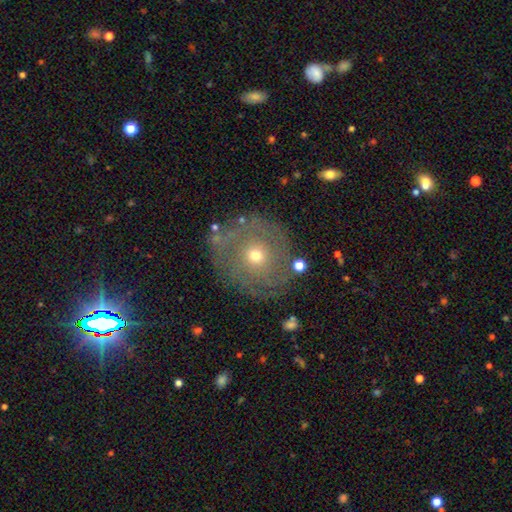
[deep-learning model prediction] A featured or disk galaxy (45%).

Vote fractions:
- Smooth or featured? featured or disk: 45% / smooth: 42% / star or artifact: 13%
- Merging? none: 76% / minor disturbance: 14% / major disturbance: 8% / merger: 3%